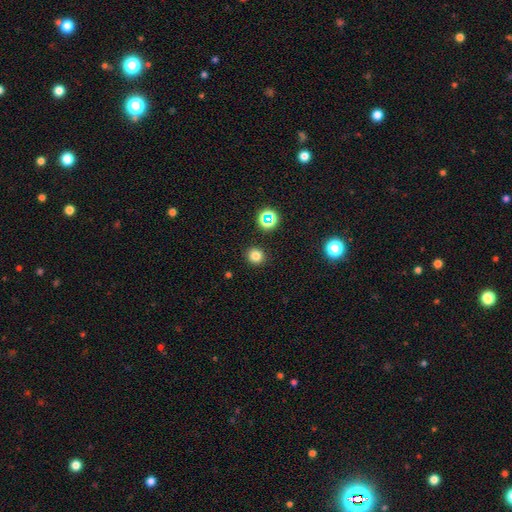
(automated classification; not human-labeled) This is likely a smooth galaxy (78%). How rounded: clearly round (88%). Merging: clearly none (91%).